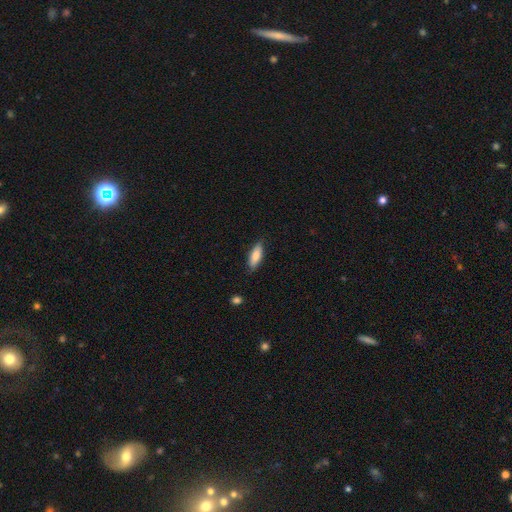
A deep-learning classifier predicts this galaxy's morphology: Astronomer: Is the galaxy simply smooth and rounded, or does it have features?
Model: smooth — 80%.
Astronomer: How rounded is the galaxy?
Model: in between — 59% (runner-up: cigar-shaped, 40%).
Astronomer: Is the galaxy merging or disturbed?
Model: none — 84%.